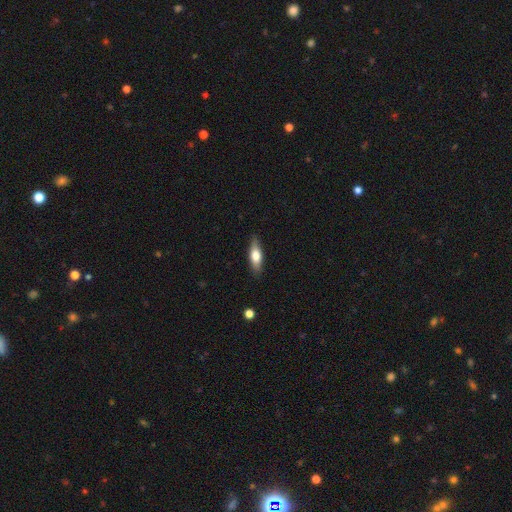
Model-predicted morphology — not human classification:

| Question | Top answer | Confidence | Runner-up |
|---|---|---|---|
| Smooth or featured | smooth | 63% | featured or disk (31%) |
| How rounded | in between | 55% | cigar-shaped (42%) |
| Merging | none | 87% | minor disturbance (10%) |